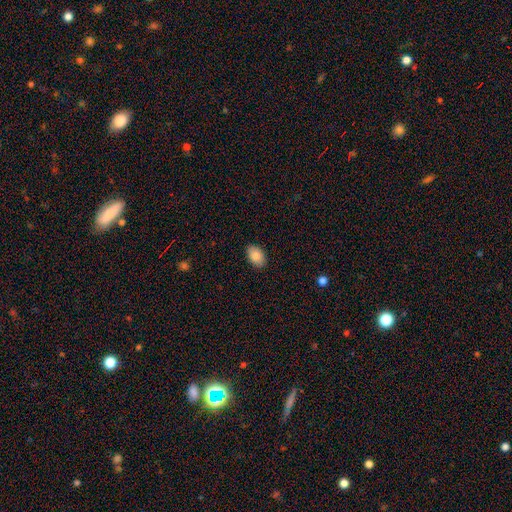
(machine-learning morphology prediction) smooth 86%, star or artifact 7%, featured or disk 7%. Down the decision tree: how rounded — in between (89%); merging — none (88%).